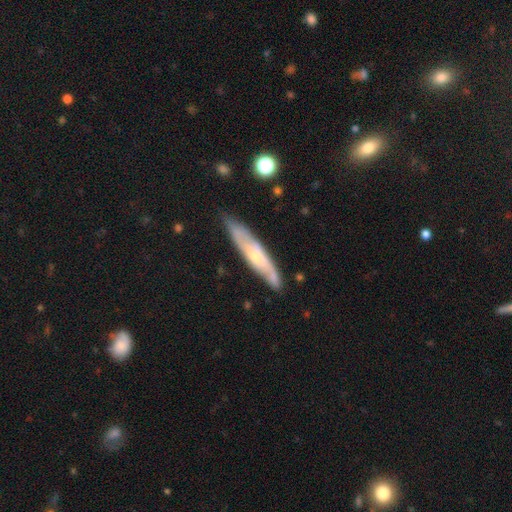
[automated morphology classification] smooth_or_featured: featured or disk (p=0.61) [alt: smooth p=0.33]
disk_edge_on: yes (p=0.54) [alt: no p=0.46]
merging: none (p=0.76) [alt: minor disturbance p=0.19]